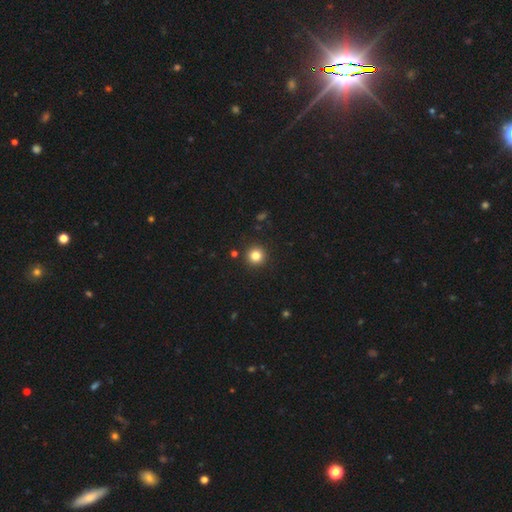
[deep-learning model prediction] Smooth or featured?
  - smooth: 82% *
  - star or artifact: 12%
  - featured or disk: 5%
How rounded?
  - round: 95% *
  - in between: 4%
  - cigar-shaped: 1%
Merging?
  - none: 92% *
  - minor disturbance: 5%
  - major disturbance: 2%
  - merger: 2%